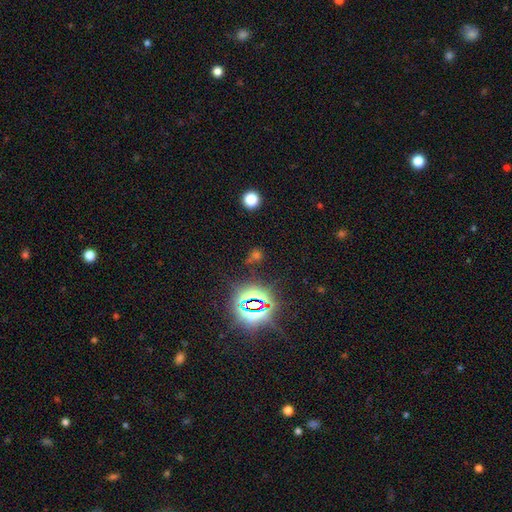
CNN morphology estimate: The model was most divided on "smooth or featured": star or artifact: 61%, smooth: 30%, featured or disk: 9%.